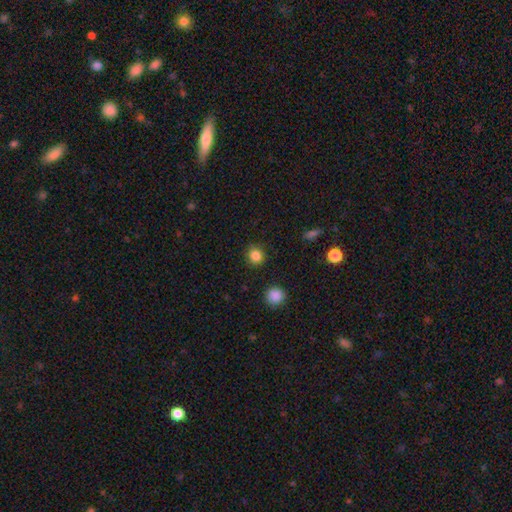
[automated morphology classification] Smooth or featured: smooth — 84% (star or artifact — 12%)
How rounded: round — 87% (in between — 12%)
Merging: none — 88% (minor disturbance — 8%)